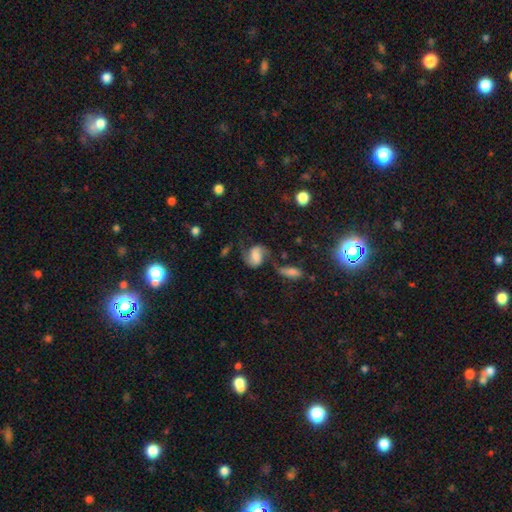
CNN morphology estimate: A featured or disk galaxy (68%) with a weak bar (41%), 2 (91%) loose (46%) spiral arms (93%) and a large central bulge (28%). Merging: none (55%).